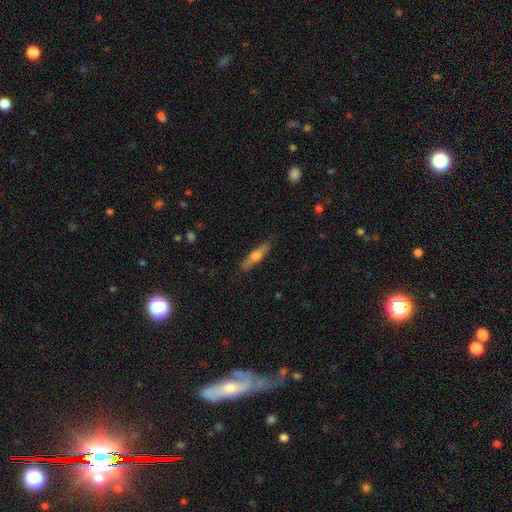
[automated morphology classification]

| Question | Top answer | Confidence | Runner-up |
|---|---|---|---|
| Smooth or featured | smooth | 50% | featured or disk (44%) |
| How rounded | cigar-shaped | 80% | in between (18%) |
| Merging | none | 85% | minor disturbance (11%) |